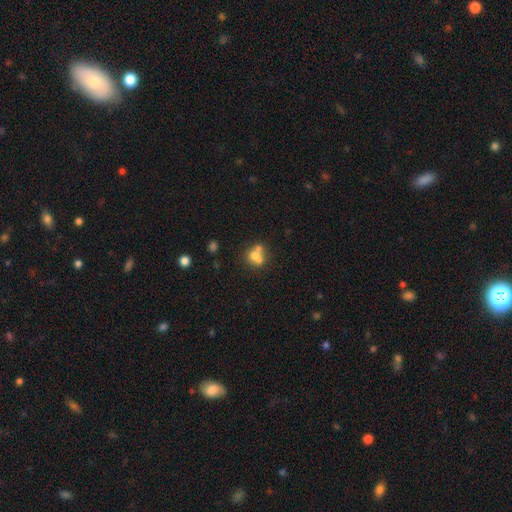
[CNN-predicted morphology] Smooth or featured? smooth (68%)
How rounded? round (67%)
Merging? merger (52%)